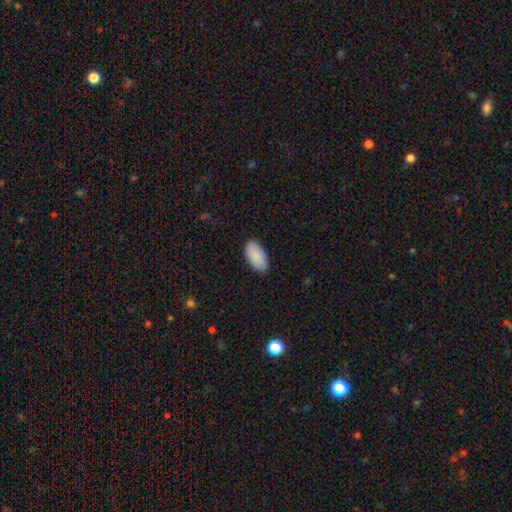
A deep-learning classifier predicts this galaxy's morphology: Q: Smooth or featured?
A: smooth (91%); runner-up: star or artifact (5%)
Q: How rounded?
A: in between (96%); runner-up: round (2%)
Q: Merging?
A: none (88%); runner-up: minor disturbance (9%)